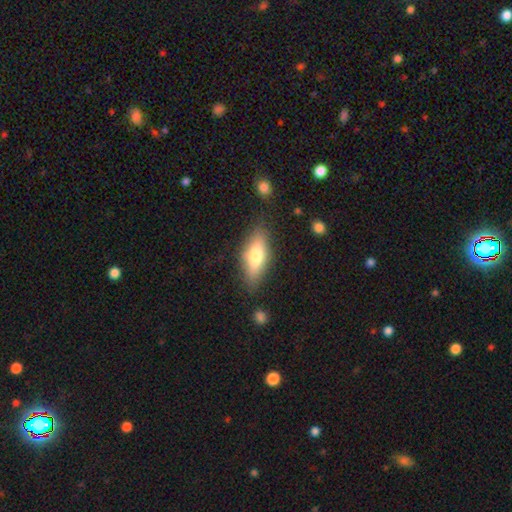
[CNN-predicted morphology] Overall: smooth (67%). How rounded: in between (63%; cigar-shaped 34%). Merging: none (80%).